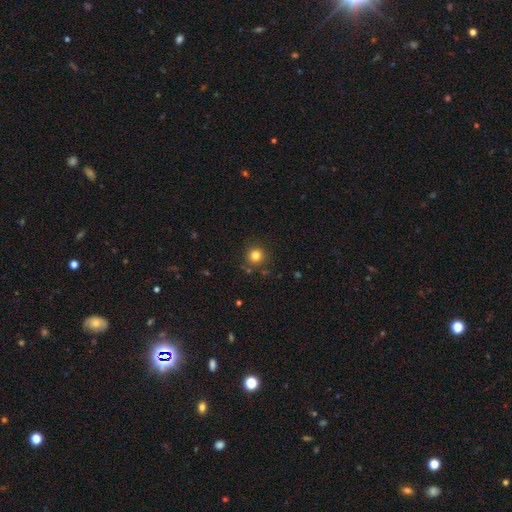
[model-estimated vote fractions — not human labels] Overall: smooth (80%). How rounded: round (94%). Merging: none (86%).